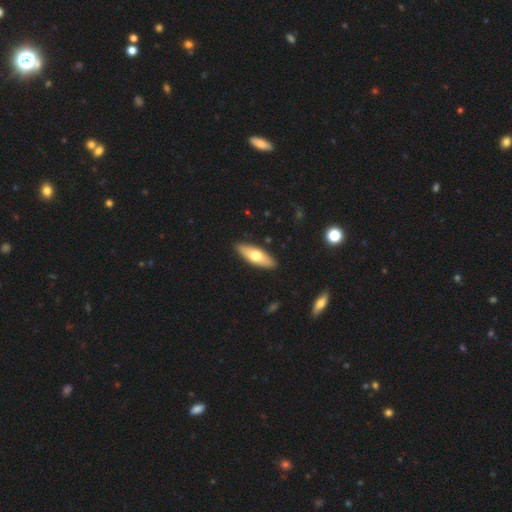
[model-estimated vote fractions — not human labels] This is possibly a smooth galaxy (59%). How rounded: possibly in between (57%). Merging: clearly none (90%).